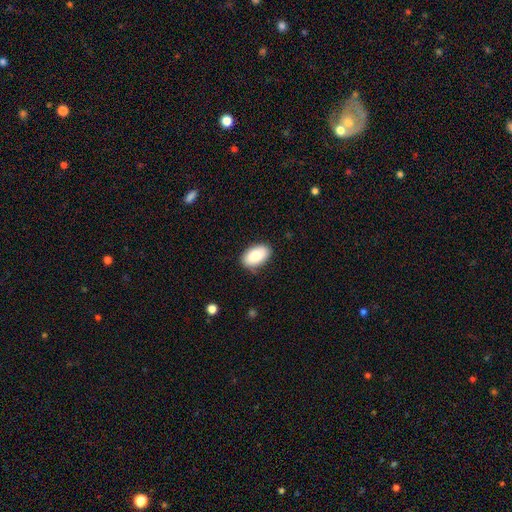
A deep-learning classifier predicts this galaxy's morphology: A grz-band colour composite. It shows a smooth galaxy with no disk features (84%) that is in between round and cigar-shaped (94%). Merging: none (85%).